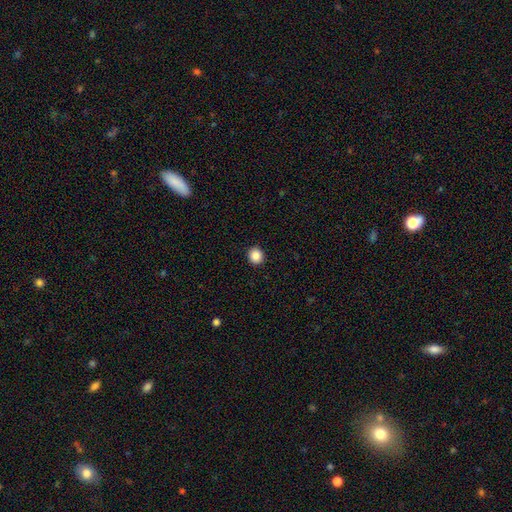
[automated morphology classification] Smooth or featured? Predicted: smooth (p=0.87). How rounded? Predicted: round (p=0.91). Merging? Predicted: none (p=0.93).